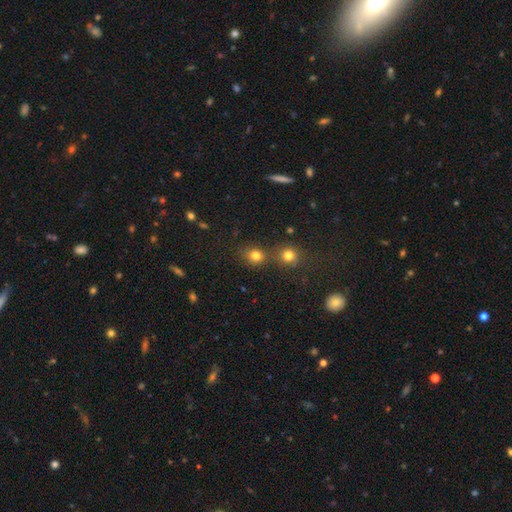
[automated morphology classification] The model was most divided on "merging": none: 65%, merger: 23%, minor disturbance: 8%, major disturbance: 4%. More confident: how rounded — round (82%); smooth or featured — smooth (77%).